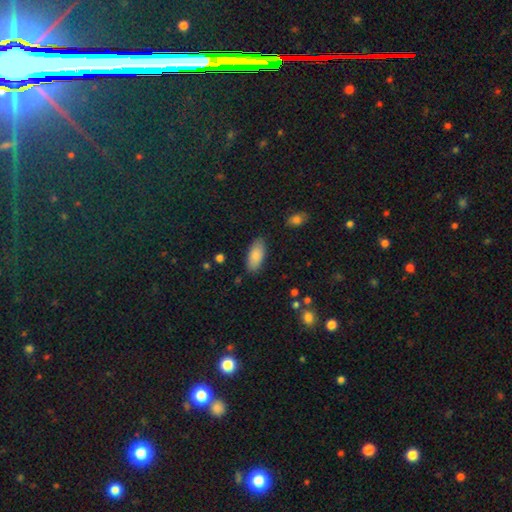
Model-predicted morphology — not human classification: Smooth or featured? Predicted: smooth (p=0.87). How rounded? Predicted: in between (p=0.88). Merging? Predicted: none (p=0.85).